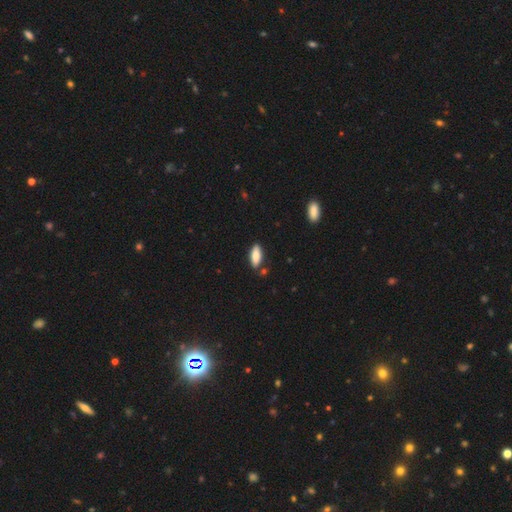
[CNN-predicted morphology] smooth 83%, featured or disk 11%, star or artifact 6%. Down the decision tree: how rounded — in between (72%); merging — none (83%).